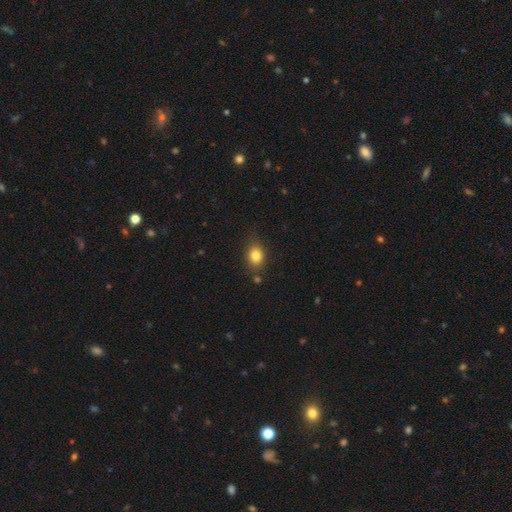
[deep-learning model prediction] Smooth or featured? smooth (82%)
How rounded? in between (61%)
Merging? none (76%)